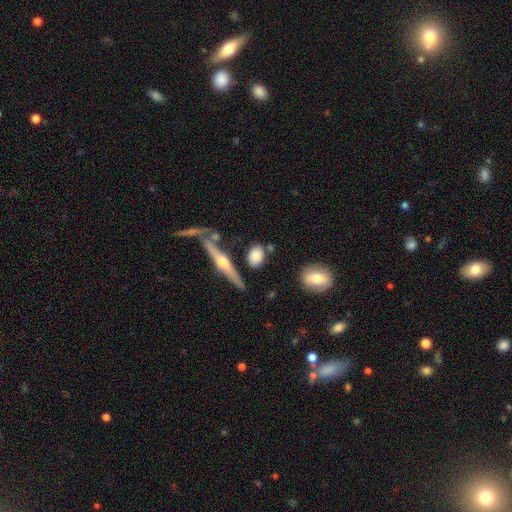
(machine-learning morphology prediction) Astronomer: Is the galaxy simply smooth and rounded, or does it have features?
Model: smooth — 74%.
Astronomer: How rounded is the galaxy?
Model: in between — 70%.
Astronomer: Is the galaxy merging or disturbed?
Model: none — 72%.